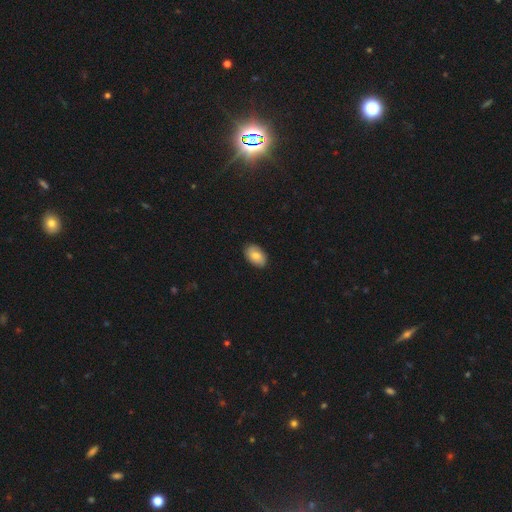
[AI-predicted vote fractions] smooth_or_featured: smooth (p=0.73) [alt: featured or disk p=0.20]
how_rounded: in between (p=0.91) [alt: round p=0.08]
merging: none (p=0.87) [alt: minor disturbance p=0.10]